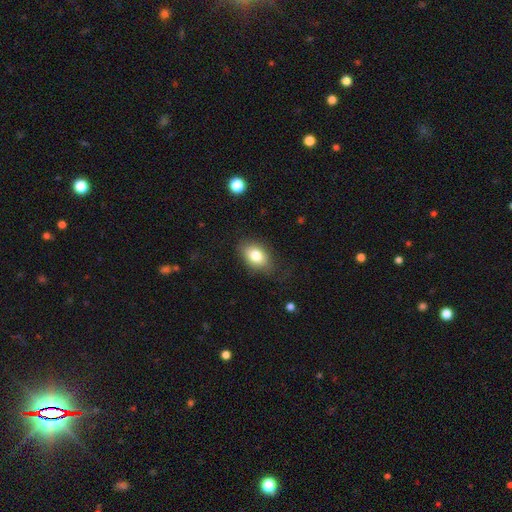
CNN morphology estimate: Smooth or featured? Predicted: smooth (p=0.80). How rounded? Predicted: in between (p=0.82). Merging? Predicted: none (p=0.73).